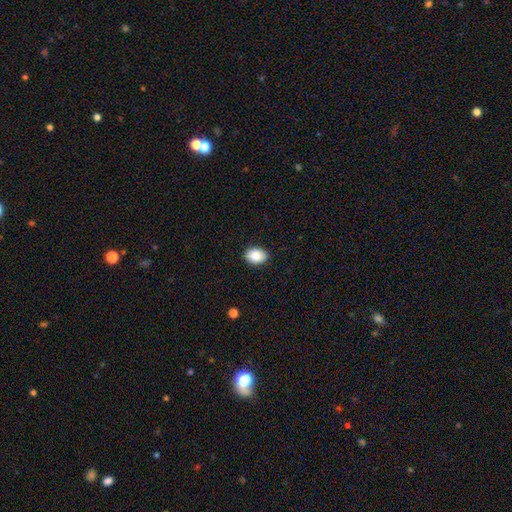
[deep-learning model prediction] Smooth or featured?
  - smooth: 88% *
  - star or artifact: 7%
  - featured or disk: 4%
How rounded?
  - in between: 76% *
  - round: 23%
  - cigar-shaped: 1%
Merging?
  - none: 89% *
  - minor disturbance: 8%
  - major disturbance: 2%
  - merger: 1%